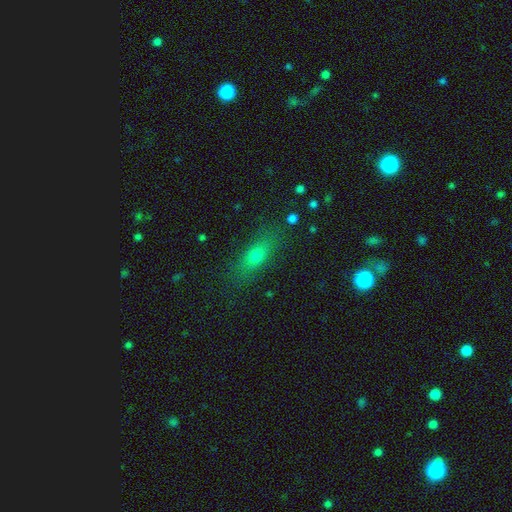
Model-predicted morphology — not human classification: smooth-or-featured: smooth: 67% | featured or disk: 20% | star or artifact: 14%
  how-rounded: in between: 56% | cigar-shaped: 36% | round: 8%
  merging: none: 81% | minor disturbance: 12% | major disturbance: 4% | merger: 2%